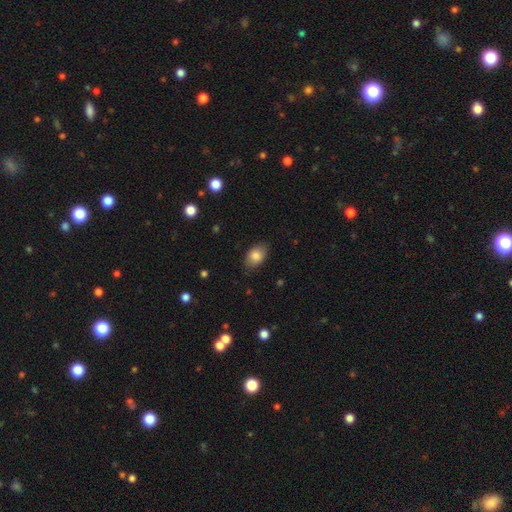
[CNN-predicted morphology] smooth 83%, featured or disk 9%, star or artifact 8%. Down the decision tree: how rounded — in between (86%); merging — none (81%).